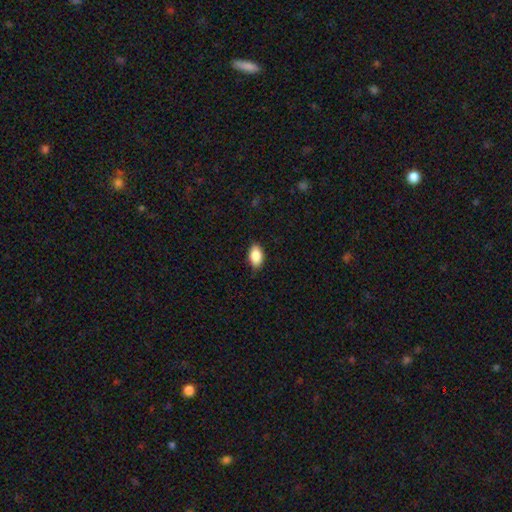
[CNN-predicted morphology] The model was most divided on "merging": none: 82%, minor disturbance: 15%, major disturbance: 2%, merger: 1%. More confident: how rounded — in between (92%); smooth or featured — smooth (88%).